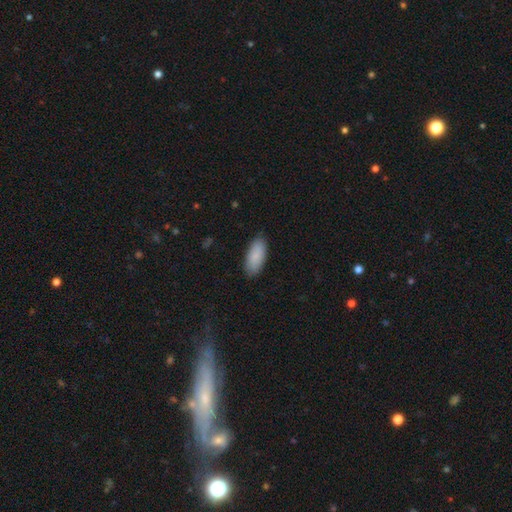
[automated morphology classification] A smooth galaxy with no disk features (88%) that is in between round and cigar-shaped (88%). Merging: none (86%).